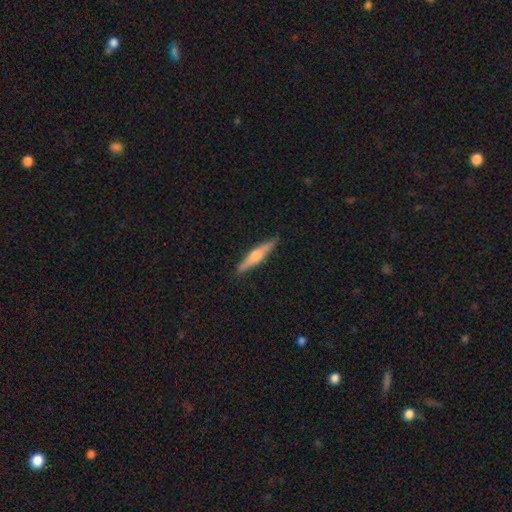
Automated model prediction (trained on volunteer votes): smooth_or_featured: featured or disk (p=0.63) [alt: smooth p=0.31]
disk_edge_on: yes (p=0.97) [alt: no p=0.03]
edge_on_bulge: rounded (p=0.88) [alt: boxy p=0.07]
merging: none (p=0.91) [alt: minor disturbance p=0.07]